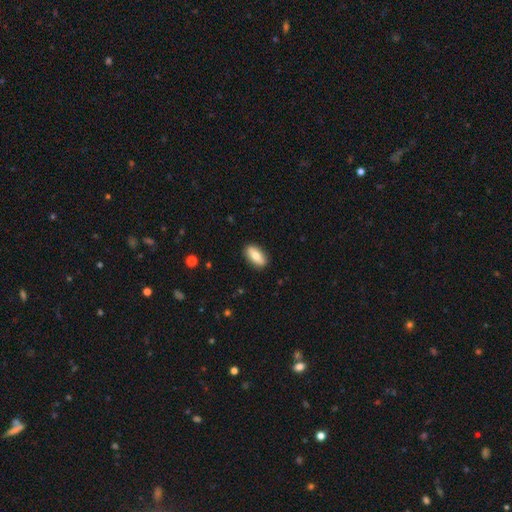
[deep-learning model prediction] This is likely a smooth galaxy (74%). How rounded: clearly in between (85%). Merging: clearly none (88%).